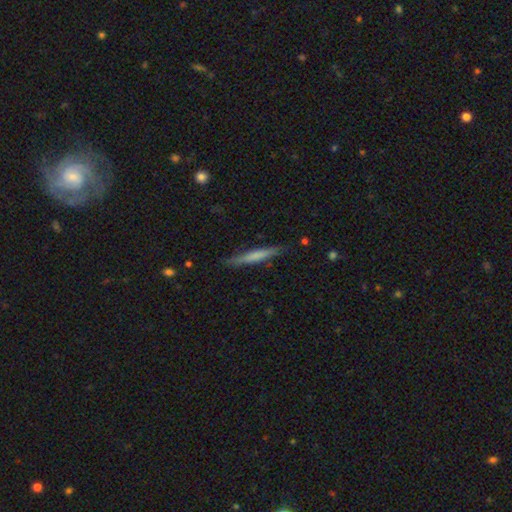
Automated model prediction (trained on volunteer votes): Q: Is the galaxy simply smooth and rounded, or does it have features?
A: smooth — 60%.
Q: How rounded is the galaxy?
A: cigar-shaped — 94%.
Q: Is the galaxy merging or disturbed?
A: none — 84%.